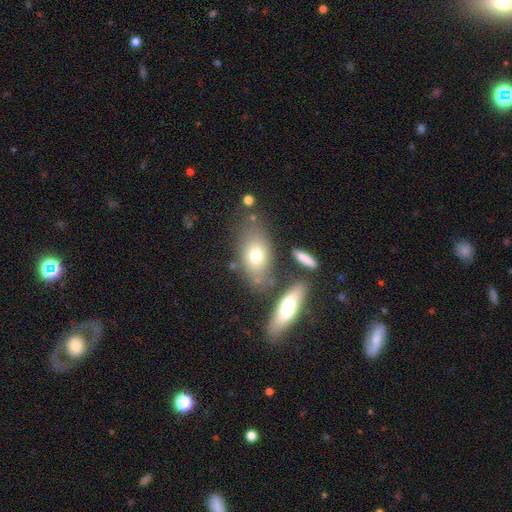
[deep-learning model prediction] This appears to be a smooth galaxy with no disk features (71%) that is in between round and cigar-shaped (79%). Merging: none (65%).